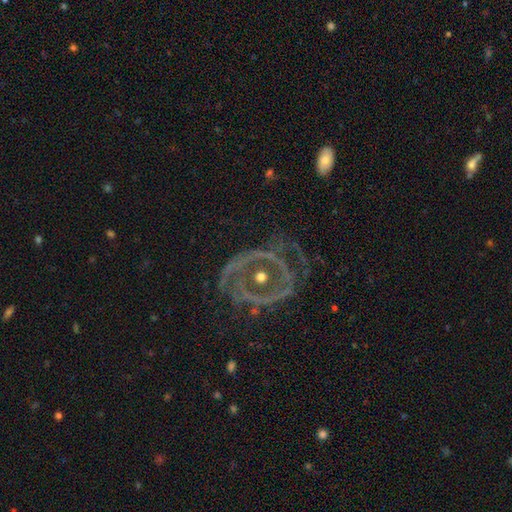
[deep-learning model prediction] Morphology: type=featured or disk (73%); edge-on=no (95%); bar=no (38%); spiral arms=yes (62%); bulge=small (61%); merging=none (67%).